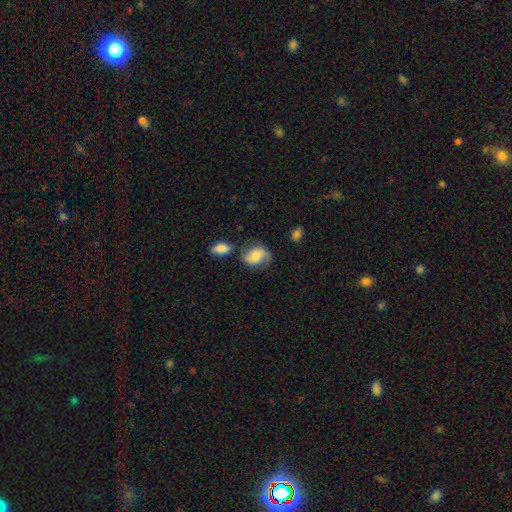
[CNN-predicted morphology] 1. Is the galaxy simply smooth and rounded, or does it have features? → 48% smooth, 44% featured or disk, 8% star or artifact.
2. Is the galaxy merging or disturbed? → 54% none, 25% minor disturbance, 11% major disturbance, 10% merger.